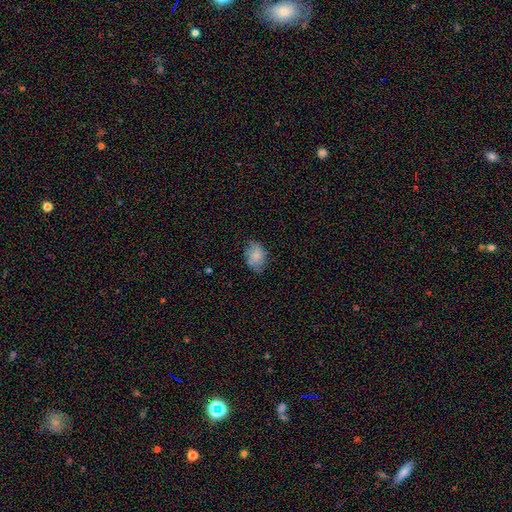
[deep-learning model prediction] Smooth or featured? Predicted: smooth (p=0.78). How rounded? Predicted: in between (p=0.81). Merging? Predicted: none (p=0.67).